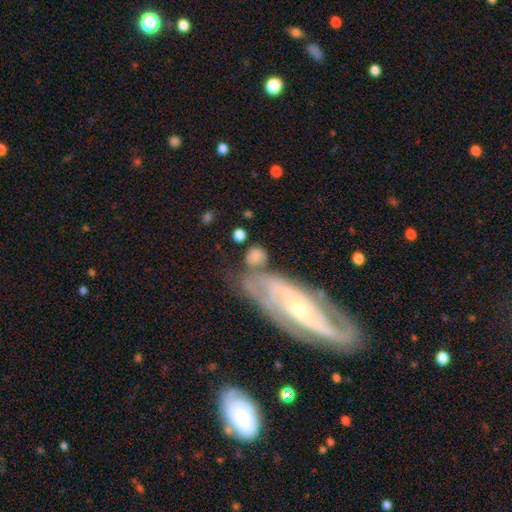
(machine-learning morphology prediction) type=smooth (71%); roundness=round (62%); merging=none (48%).